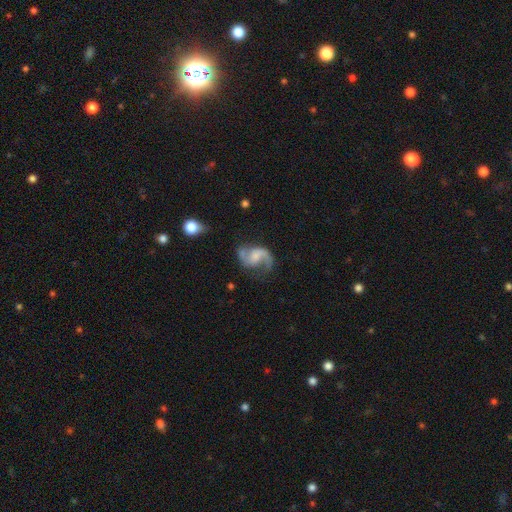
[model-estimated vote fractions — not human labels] featured or disk 86%, smooth 9%, star or artifact 6%. Down the decision tree: edge-on disk — no (98%); bar — no (47%); spiral arms — yes (96%); spiral arm count — 2 (85%); spiral winding — loose (55%); bulge size — none (33%); merging — none (61%).